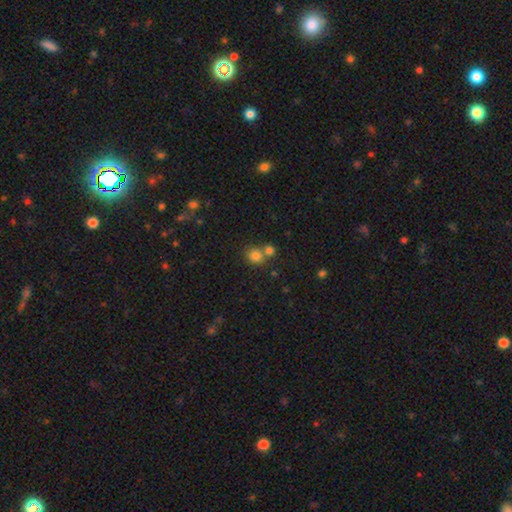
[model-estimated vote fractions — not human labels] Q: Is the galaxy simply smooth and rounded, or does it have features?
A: smooth — 79%.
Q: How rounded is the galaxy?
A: round — 77%.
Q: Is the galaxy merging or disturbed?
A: none — 49%.